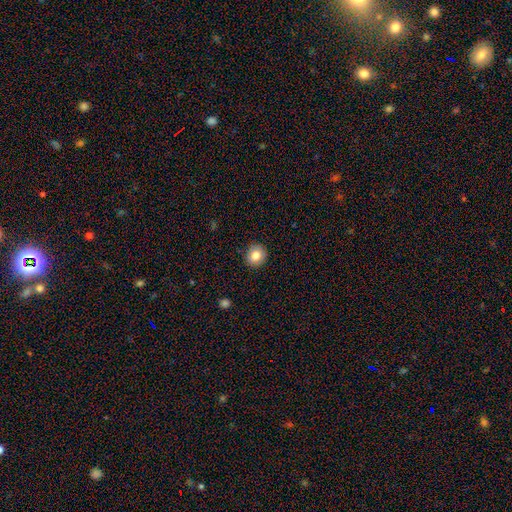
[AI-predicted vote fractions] Smooth or featured? smooth (81%)
How rounded? round (88%)
Merging? none (90%)